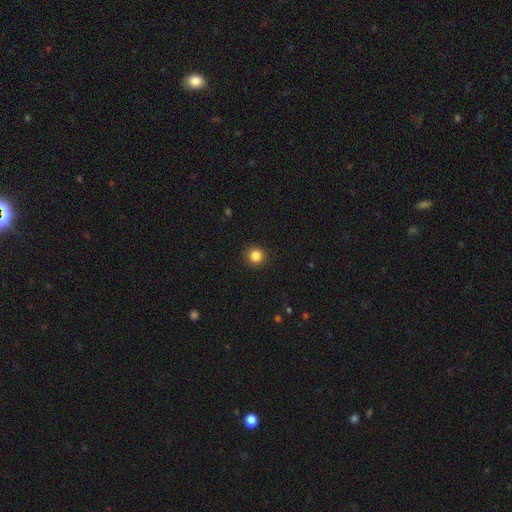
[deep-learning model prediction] This appears to be a smooth galaxy with no disk features (85%) that is round (93%). Merging: none (91%).